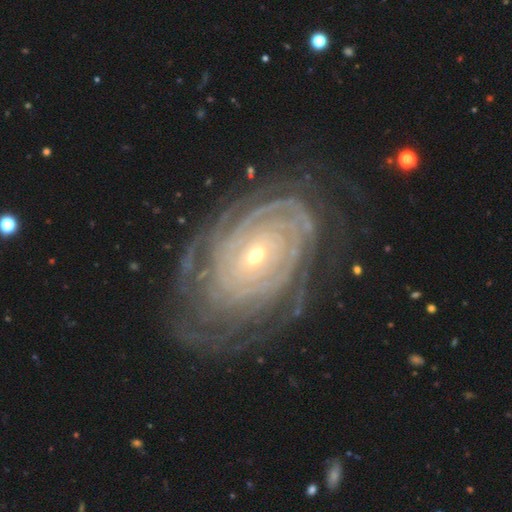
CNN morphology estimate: Smooth or featured?
  - featured or disk: 89% *
  - star or artifact: 6%
  - smooth: 5%
Edge-on disk?
  - no: 96% *
  - yes: 4%
Bar?
  - no: 63% *
  - weak: 24%
  - strong: 12%
Spiral arms?
  - yes: 97% *
  - no: 3%
Spiral winding?
  - tight: 88% *
  - medium: 10%
  - loose: 2%
Spiral arm count?
  - can't tell: 32% *
  - more than 4: 20%
  - 4: 17%
  - 2: 12%
  - 3: 12%
  - 1: 7%
Bulge size?
  - small: 65% *
  - moderate: 31%
  - large: 2%
  - none: 1%
  - dominant: 1%
Merging?
  - none: 73% *
  - minor disturbance: 17%
  - major disturbance: 8%
  - merger: 2%